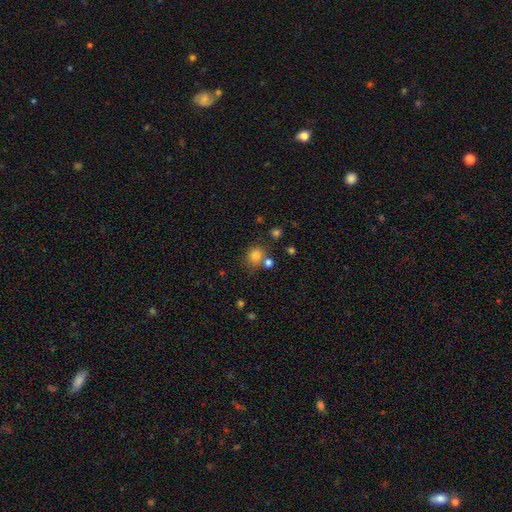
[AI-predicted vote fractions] A smooth galaxy with no disk features (79%) that is round (80%). Merging: none (67%).